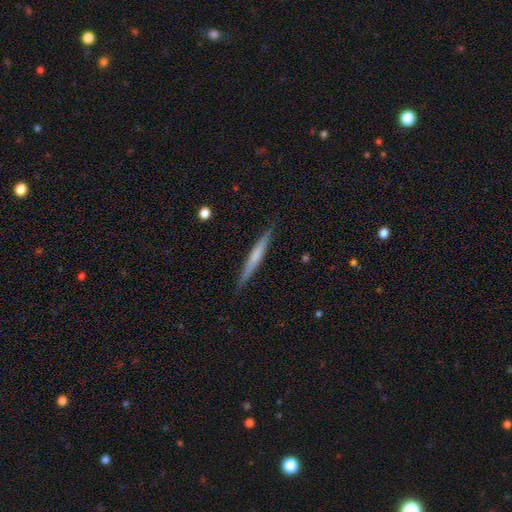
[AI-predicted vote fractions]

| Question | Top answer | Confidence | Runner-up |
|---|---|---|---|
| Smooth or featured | smooth | 48% | featured or disk (47%) |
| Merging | none | 89% | minor disturbance (8%) |